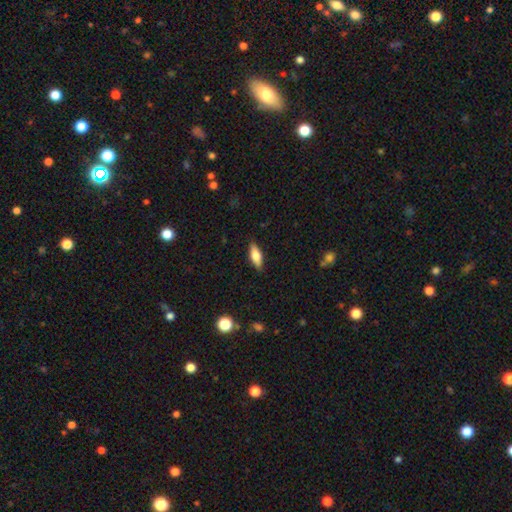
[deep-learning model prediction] Smooth or featured? smooth (67%)
How rounded? in between (64%)
Merging? none (86%)